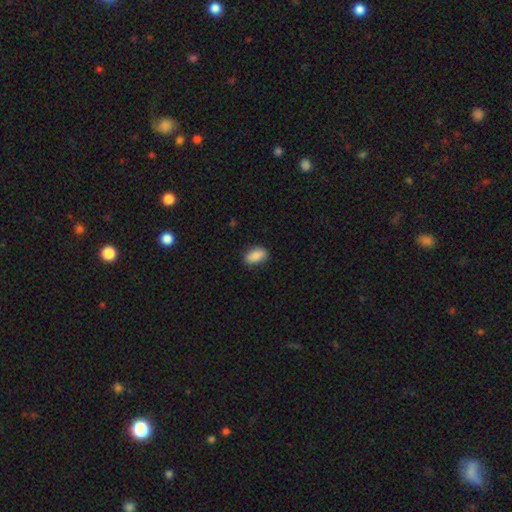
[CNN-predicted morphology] Q: Smooth or featured?
A: smooth (88%); runner-up: star or artifact (7%)
Q: How rounded?
A: in between (91%); runner-up: round (6%)
Q: Merging?
A: none (85%); runner-up: minor disturbance (12%)